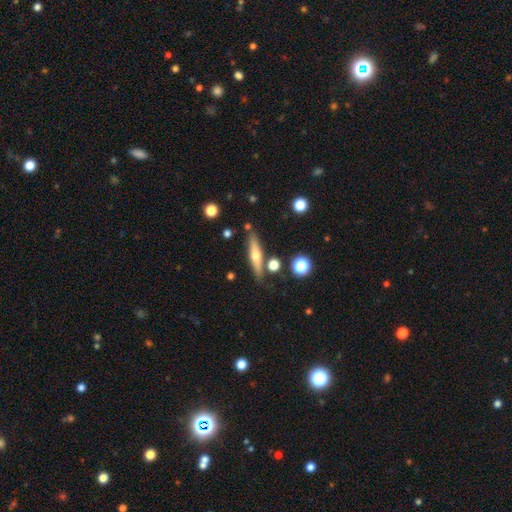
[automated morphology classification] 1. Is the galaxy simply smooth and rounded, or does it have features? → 51% featured or disk, 42% smooth, 7% star or artifact.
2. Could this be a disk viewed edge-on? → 92% yes, 8% no.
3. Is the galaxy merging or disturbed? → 80% none, 11% minor disturbance, 6% merger, 3% major disturbance.